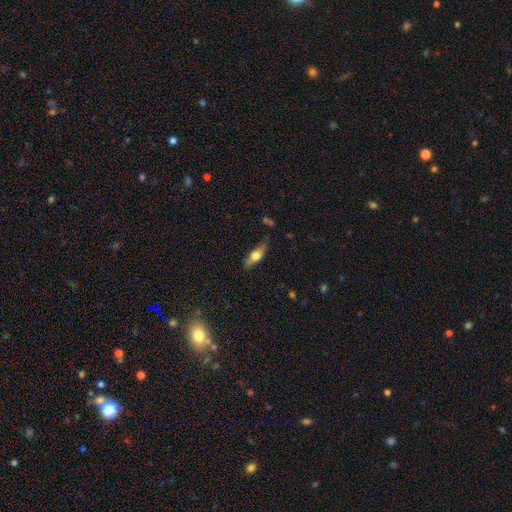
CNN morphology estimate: type=smooth (48%); merging=none (81%).